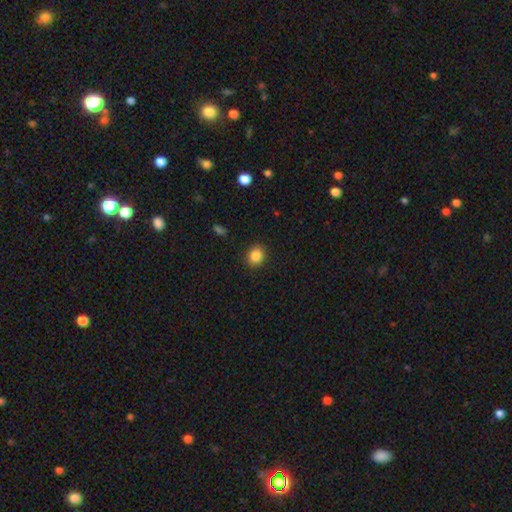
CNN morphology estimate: type=smooth (86%); roundness=round (66%); merging=none (90%).